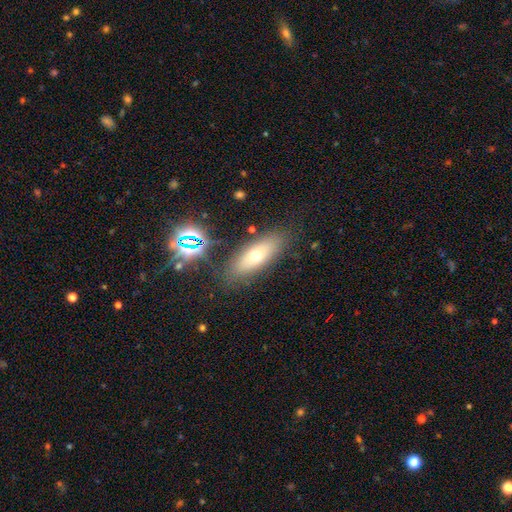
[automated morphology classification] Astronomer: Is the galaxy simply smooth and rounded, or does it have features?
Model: smooth — 56%.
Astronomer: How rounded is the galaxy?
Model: in between — 64%.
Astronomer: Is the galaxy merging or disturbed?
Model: none — 83%.